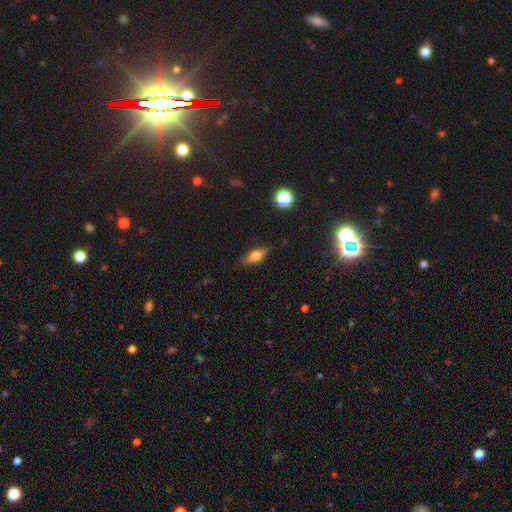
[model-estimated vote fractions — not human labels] Smooth or featured? Predicted: smooth (p=0.52). How rounded? Predicted: in between (p=0.48, tied with cigar-shaped). Merging? Predicted: none (p=0.82).